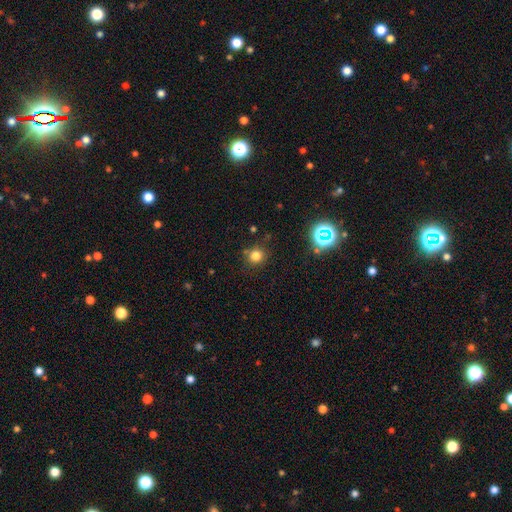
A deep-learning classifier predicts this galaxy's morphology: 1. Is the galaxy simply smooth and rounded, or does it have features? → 77% smooth, 18% star or artifact, 6% featured or disk.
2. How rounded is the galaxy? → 90% round, 9% in between, 1% cigar-shaped.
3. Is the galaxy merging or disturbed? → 81% none, 11% minor disturbance, 5% merger, 4% major disturbance.